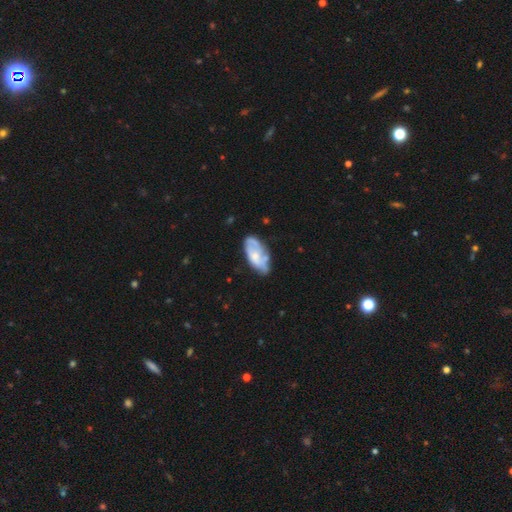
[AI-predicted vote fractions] Smooth or featured?
  - featured or disk: 53% *
  - smooth: 41%
  - star or artifact: 6%
Edge-on disk?
  - no: 92% *
  - yes: 8%
Merging?
  - none: 51% *
  - minor disturbance: 31%
  - major disturbance: 12%
  - merger: 6%